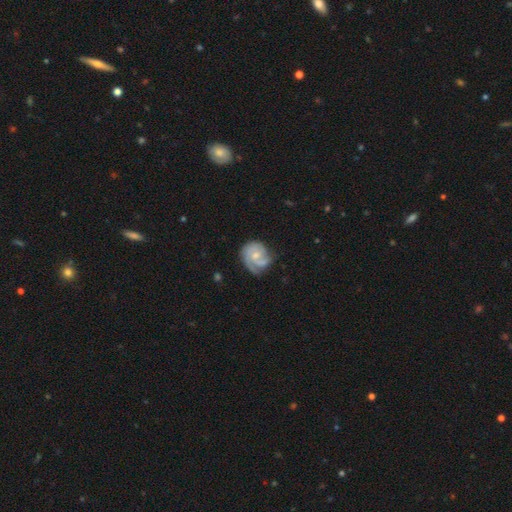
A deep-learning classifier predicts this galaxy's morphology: Q: Smooth or featured?
A: featured or disk (77%); runner-up: smooth (17%)
Q: Edge-on disk?
A: no (98%); runner-up: yes (2%)
Q: Bar?
A: no (67%); runner-up: weak (28%)
Q: Spiral arms?
A: yes (94%); runner-up: no (6%)
Q: Spiral winding?
A: tight (57%); runner-up: medium (32%)
Q: Spiral arm count?
A: 2 (34%); runner-up: 3 (25%)
Q: Bulge size?
A: small (52%); runner-up: moderate (39%)
Q: Merging?
A: none (56%); runner-up: minor disturbance (26%)